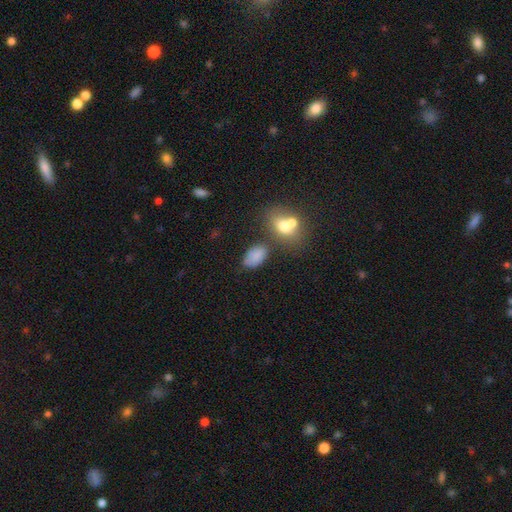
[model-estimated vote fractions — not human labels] smooth_or_featured: smooth (p=0.79) [alt: star or artifact p=0.11]
how_rounded: in between (p=0.90) [alt: round p=0.08]
merging: none (p=0.59) [alt: minor disturbance p=0.23]